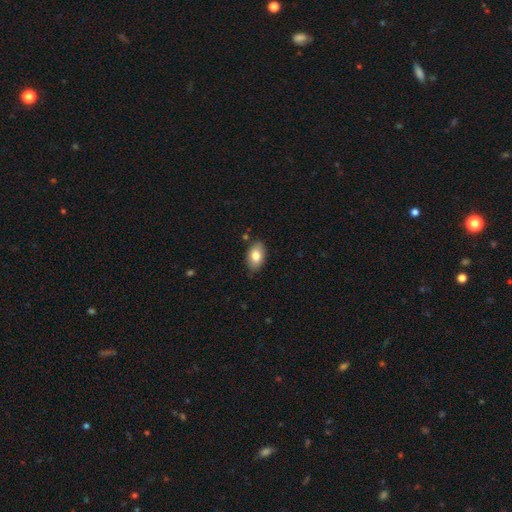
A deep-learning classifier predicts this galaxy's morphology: This is clearly a smooth galaxy (81%). How rounded: clearly in between (92%). Merging: clearly none (84%).